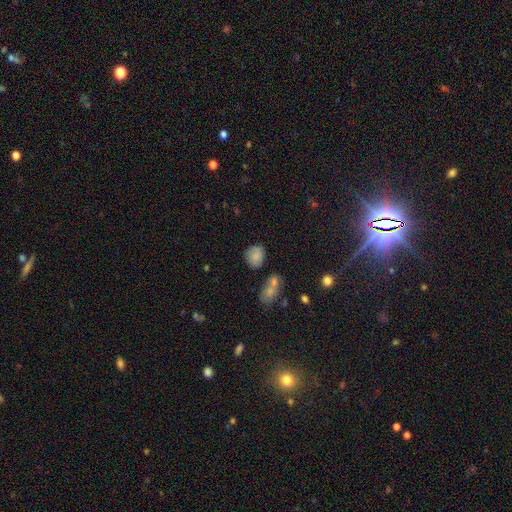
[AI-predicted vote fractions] A smooth galaxy with no disk features (81%) that is round (69%). Merging: none (69%).